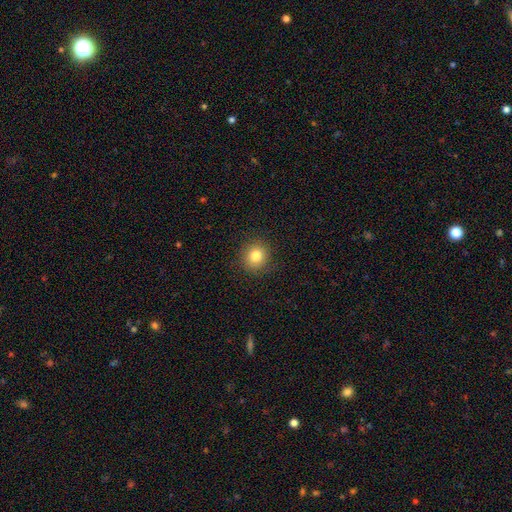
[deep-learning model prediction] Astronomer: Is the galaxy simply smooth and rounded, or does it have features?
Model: smooth — 83%.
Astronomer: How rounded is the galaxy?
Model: round — 85%.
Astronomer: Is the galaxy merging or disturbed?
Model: none — 89%.